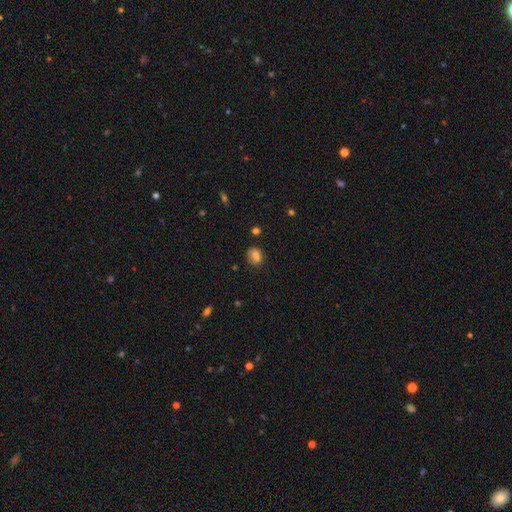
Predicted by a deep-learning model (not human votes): A smooth galaxy with no disk features (71%) that is round (51%). Merging: none (67%).